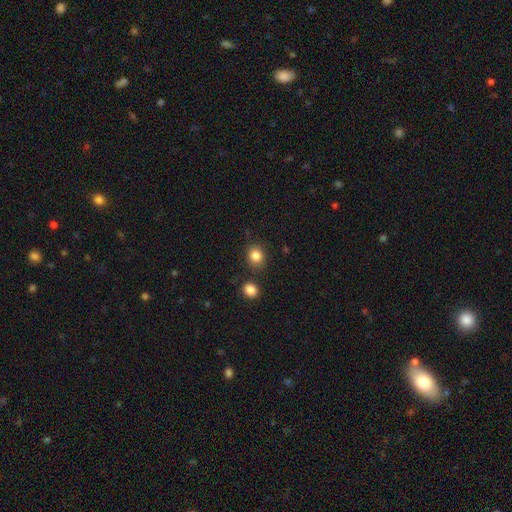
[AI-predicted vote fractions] A smooth galaxy with no disk features (85%) that is round (72%). Merging: none (82%).